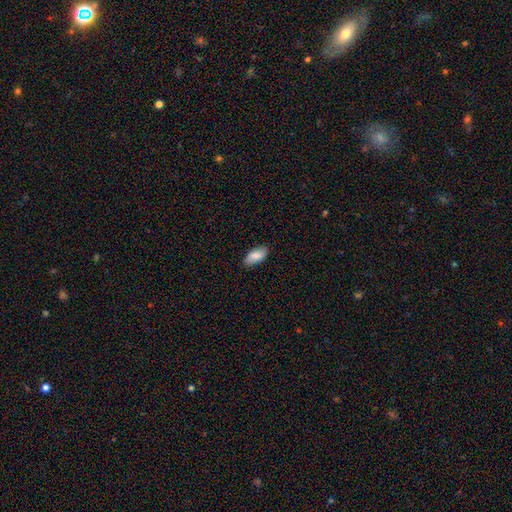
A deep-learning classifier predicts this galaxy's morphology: Smooth or featured: smooth — 81% (featured or disk — 13%)
How rounded: in between — 92% (cigar-shaped — 6%)
Merging: none — 86% (minor disturbance — 11%)